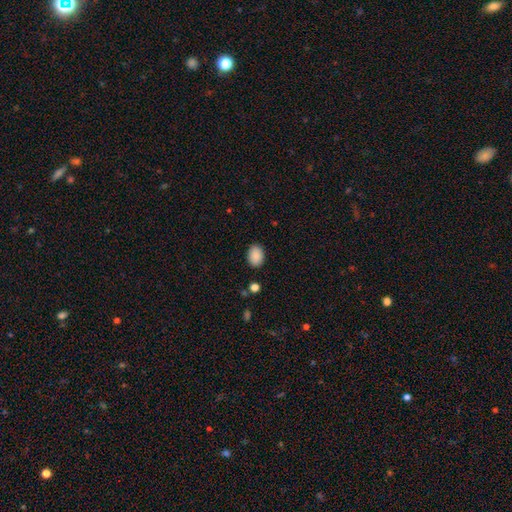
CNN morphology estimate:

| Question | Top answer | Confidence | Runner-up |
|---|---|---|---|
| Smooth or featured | smooth | 90% | star or artifact (7%) |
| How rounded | in between | 81% | round (18%) |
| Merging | none | 87% | minor disturbance (9%) |